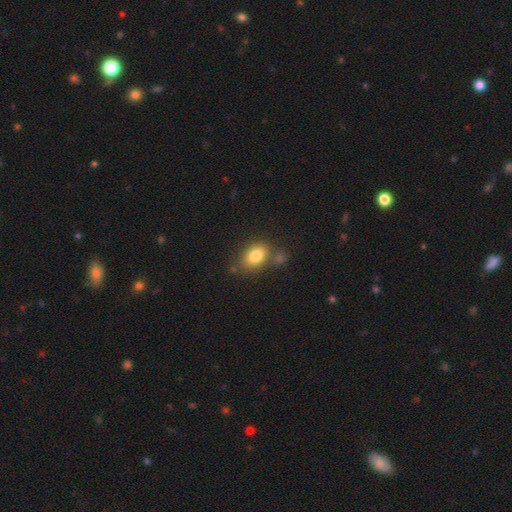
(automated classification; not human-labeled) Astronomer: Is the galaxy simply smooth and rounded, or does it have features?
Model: smooth — 81%.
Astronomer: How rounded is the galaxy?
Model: in between — 81%.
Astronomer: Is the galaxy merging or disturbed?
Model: none — 62%.